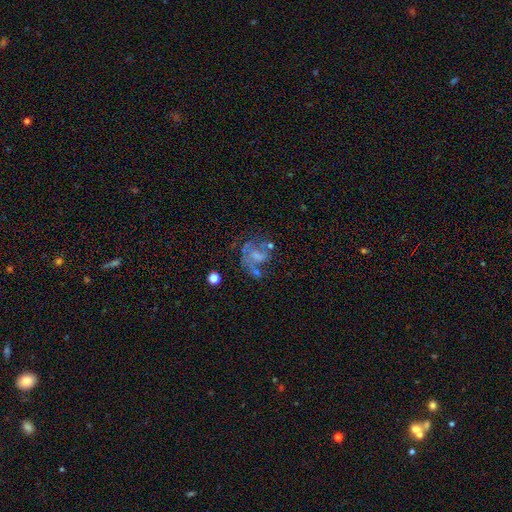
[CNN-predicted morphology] A featured or disk galaxy (58%) with no bar (70%), spiral arms (56%) and no central bulge (50%).

Vote fractions:
- Smooth or featured? featured or disk: 58% / smooth: 27% / star or artifact: 14%
- Edge-on disk? no: 98% / yes: 2%
- Bar? no: 70% / weak: 24% / strong: 6%
- Spiral arms? yes: 56% / no: 44%
- Bulge size? none: 50% / small: 23% / moderate: 20% / large: 6% / dominant: 2%
- Merging? none: 36% / major disturbance: 33% / minor disturbance: 19% / merger: 12%